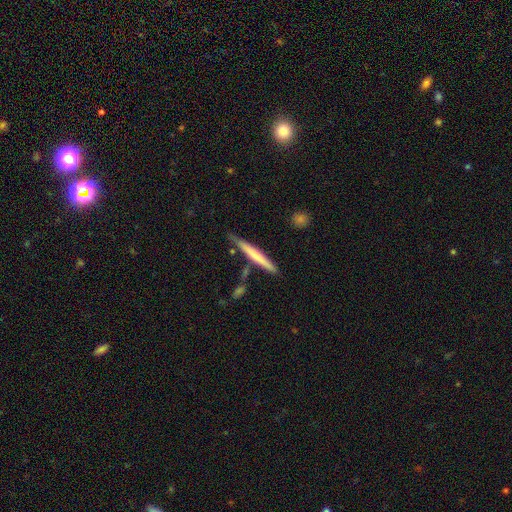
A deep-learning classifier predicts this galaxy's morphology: This is likely a smooth galaxy (60%). How rounded: clearly cigar-shaped (96%). Merging: likely none (76%).